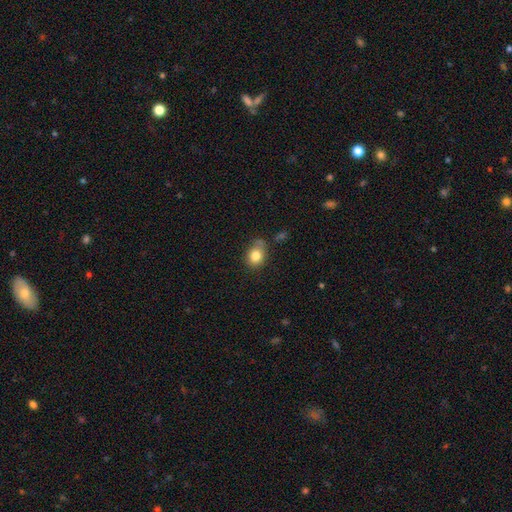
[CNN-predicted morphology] A smooth galaxy with no disk features (82%) that is round (52%). Merging: none (62%).